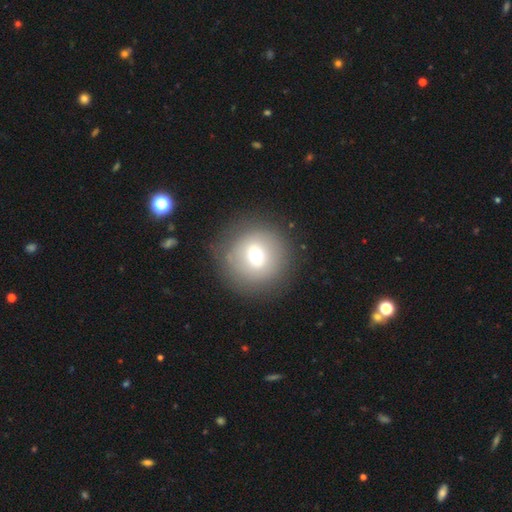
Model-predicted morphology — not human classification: Smooth or featured: smooth — 65% (featured or disk — 23%)
How rounded: round — 94% (in between — 5%)
Merging: none — 84% (minor disturbance — 10%)